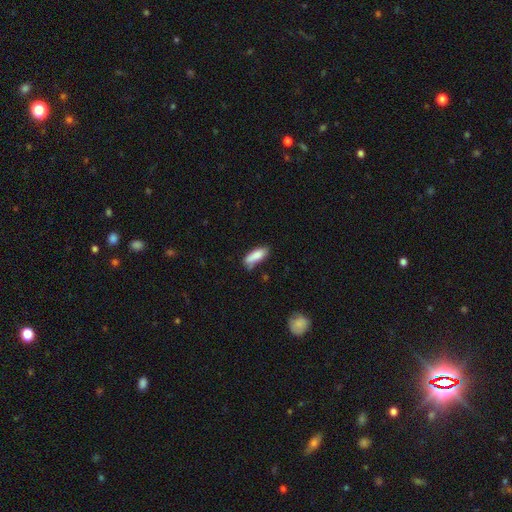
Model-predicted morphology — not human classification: Smooth or featured? smooth (83%)
How rounded? in between (63%)
Merging? none (56%)